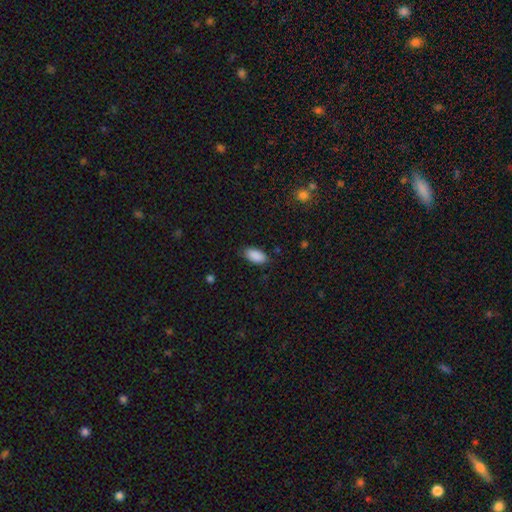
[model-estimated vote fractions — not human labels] Smooth or featured? smooth (90%)
How rounded? in between (94%)
Merging? none (83%)